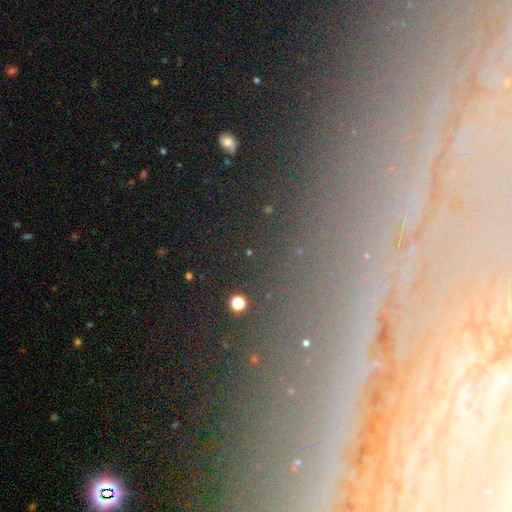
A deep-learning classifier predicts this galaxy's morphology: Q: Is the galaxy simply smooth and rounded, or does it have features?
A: star or artifact — 42%.